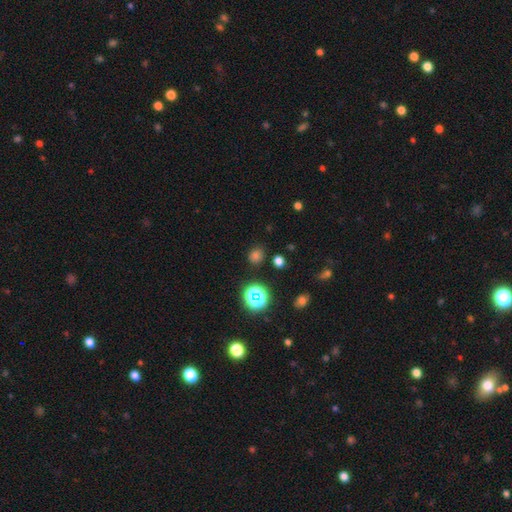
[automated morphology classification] Overall: smooth (64%; star or artifact 31%). How rounded: round (80%). Merging: none (85%).